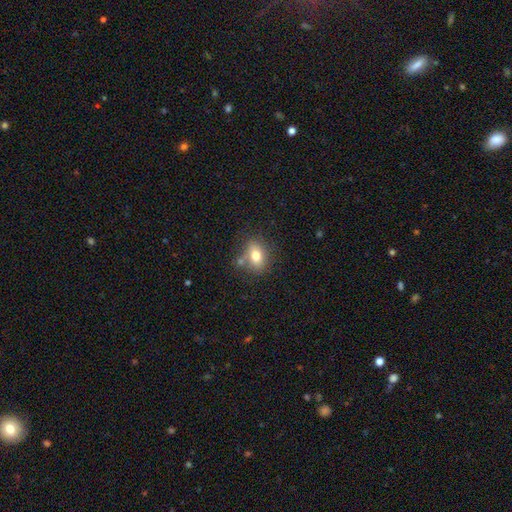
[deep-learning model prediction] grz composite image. It shows a smooth galaxy with no disk features (74%) that is in between round and cigar-shaped (67%). Merging: none (68%).